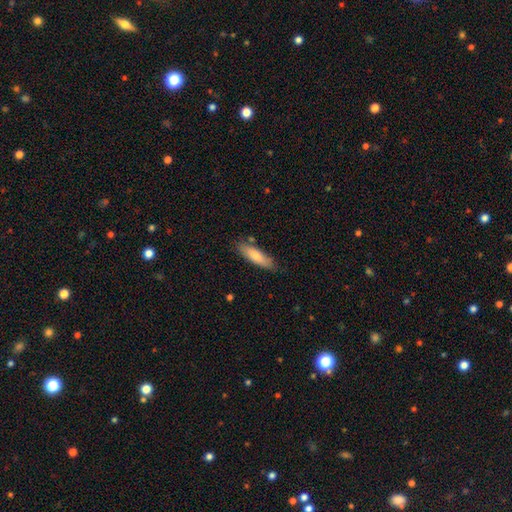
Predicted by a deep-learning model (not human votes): Smooth or featured? smooth (77%)
How rounded? cigar-shaped (59%)
Merging? none (79%)